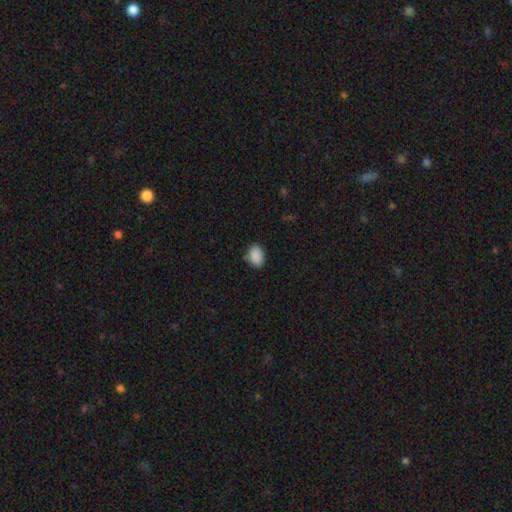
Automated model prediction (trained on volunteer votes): The model was most divided on "merging": none: 81%, minor disturbance: 15%, major disturbance: 3%, merger: 2%. More confident: smooth or featured — smooth (89%); how rounded — in between (85%).